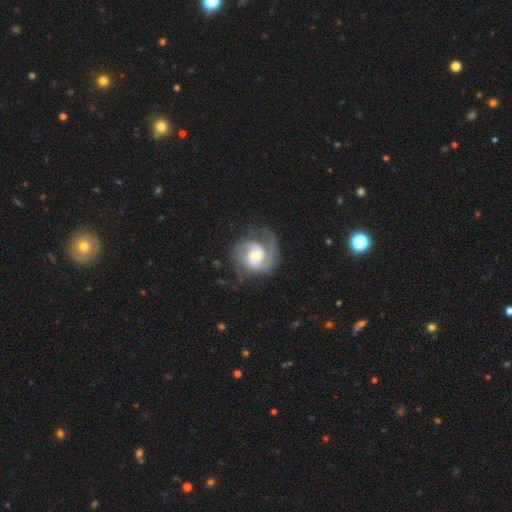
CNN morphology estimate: featured or disk 89%, smooth 6%, star or artifact 4%. Down the decision tree: edge-on disk — no (98%); bar — no (58%); spiral arms — yes (98%); spiral arm count — 2 (71%); spiral winding — medium (45%); bulge size — moderate (59%); merging — none (69%).